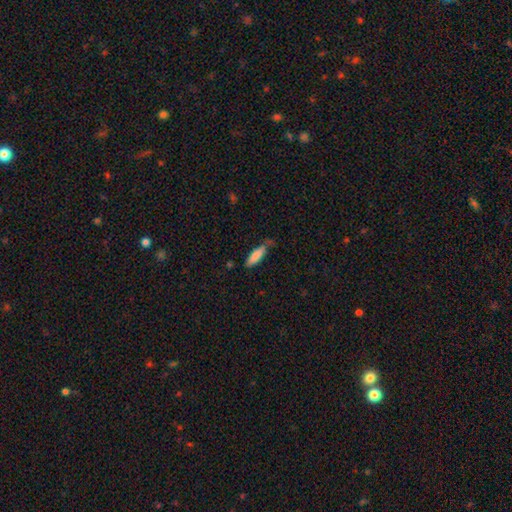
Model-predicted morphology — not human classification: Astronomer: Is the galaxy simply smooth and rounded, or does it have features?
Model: smooth — 82%.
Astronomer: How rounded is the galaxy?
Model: cigar-shaped — 55% (runner-up: in between, 43%).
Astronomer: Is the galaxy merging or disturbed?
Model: none — 57%.